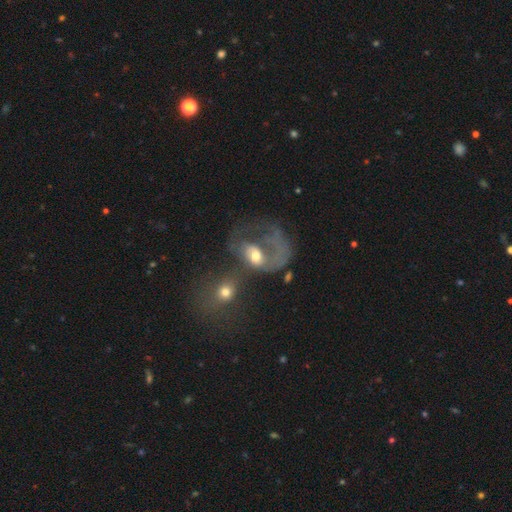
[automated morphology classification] Smooth or featured?
  - featured or disk: 56% *
  - smooth: 33%
  - star or artifact: 10%
Edge-on disk?
  - no: 97% *
  - yes: 3%
Bar?
  - no: 72% *
  - weak: 23%
  - strong: 5%
Spiral arms?
  - yes: 53% *
  - no: 47%
Bulge size?
  - moderate: 63% *
  - small: 17%
  - large: 14%
  - none: 3%
  - dominant: 2%
Merging?
  - major disturbance: 44% *
  - merger: 33%
  - none: 14%
  - minor disturbance: 8%